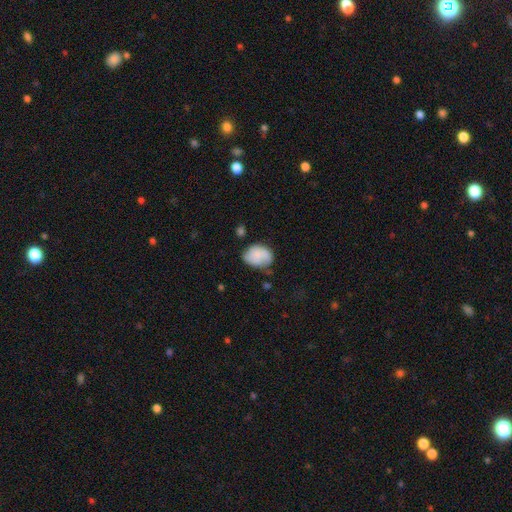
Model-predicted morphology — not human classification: smooth_or_featured: smooth (p=0.57) [alt: featured or disk p=0.35]
how_rounded: in between (p=0.61) [alt: round p=0.38]
merging: none (p=0.54) [alt: minor disturbance p=0.30]